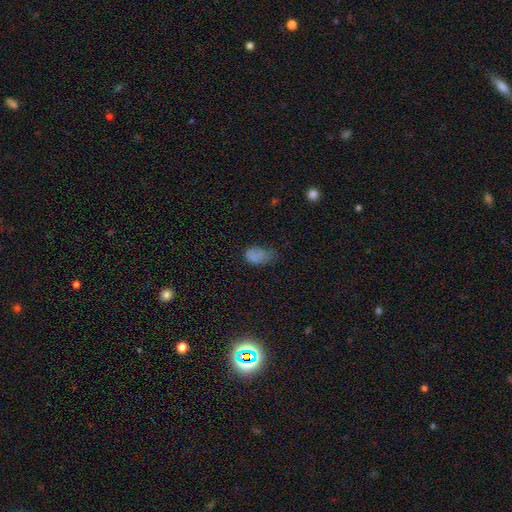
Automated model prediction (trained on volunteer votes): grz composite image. It shows a smooth galaxy with no disk features (74%) that is in between round and cigar-shaped (91%). Merging: minor disturbance (37%).